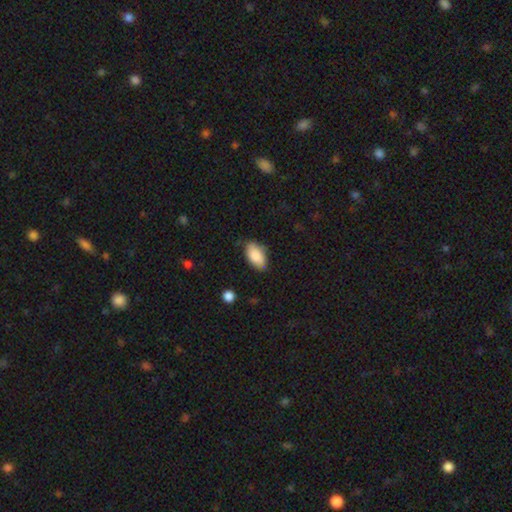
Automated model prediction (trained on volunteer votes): smooth_or_featured: smooth (p=0.87) [alt: star or artifact p=0.07]
how_rounded: in between (p=0.93) [alt: round p=0.04]
merging: none (p=0.75) [alt: minor disturbance p=0.20]